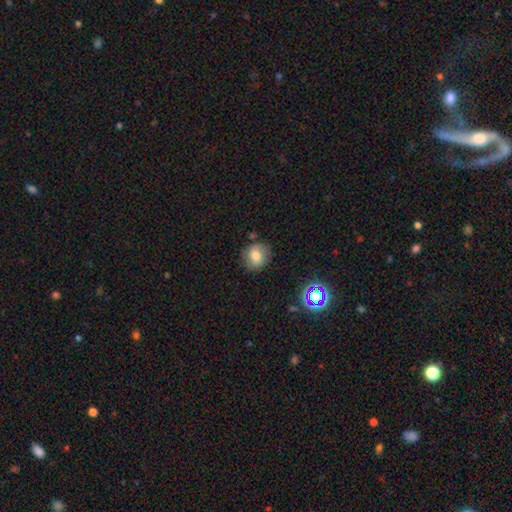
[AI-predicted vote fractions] smooth_or_featured: smooth (p=0.73) [alt: featured or disk p=0.15]
how_rounded: round (p=0.78) [alt: in between p=0.21]
merging: none (p=0.77) [alt: minor disturbance p=0.16]